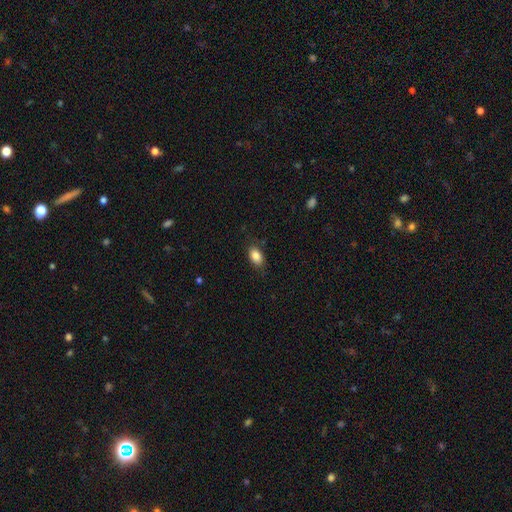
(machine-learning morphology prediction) Overall: smooth (87%). How rounded: in between (89%). Merging: none (81%).